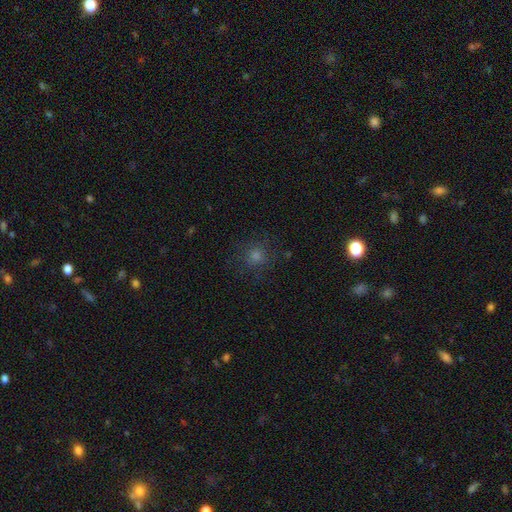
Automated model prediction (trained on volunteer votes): Smooth or featured?
  - smooth: 57% *
  - star or artifact: 32%
  - featured or disk: 11%
How rounded?
  - round: 91% *
  - in between: 8%
  - cigar-shaped: 1%
Merging?
  - none: 83% *
  - minor disturbance: 11%
  - major disturbance: 5%
  - merger: 1%